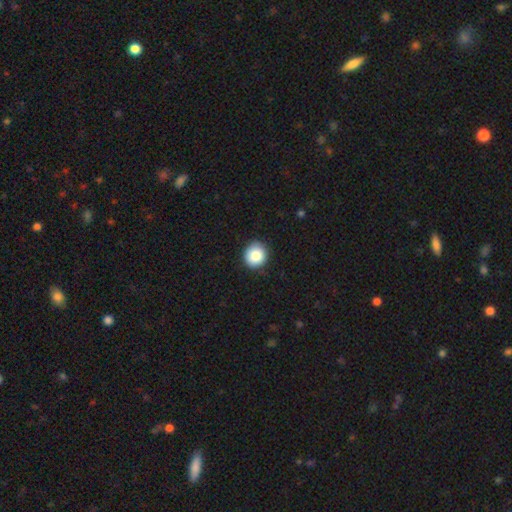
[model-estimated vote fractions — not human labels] This appears to be a smooth galaxy with no disk features (86%) that is round (86%). Merging: none (87%).